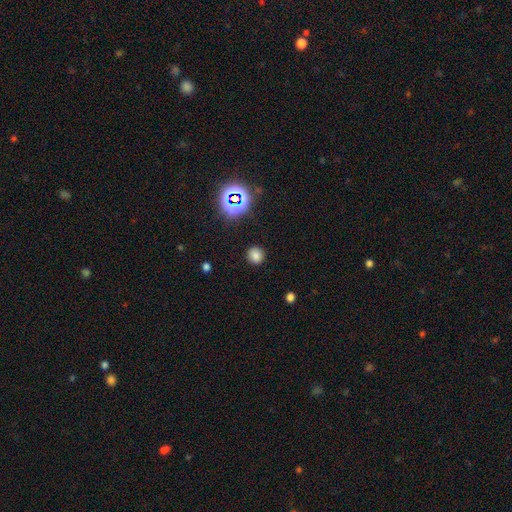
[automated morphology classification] Overall: smooth (75%). How rounded: round (88%). Merging: none (88%).